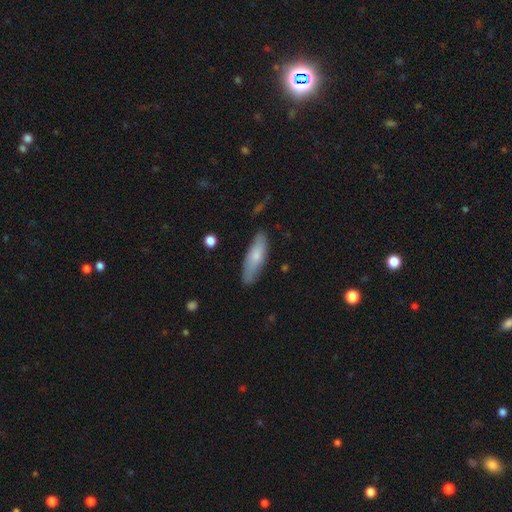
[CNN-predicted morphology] A smooth galaxy with no disk features (70%) that is cigar-shaped (55%). Merging: none (78%).